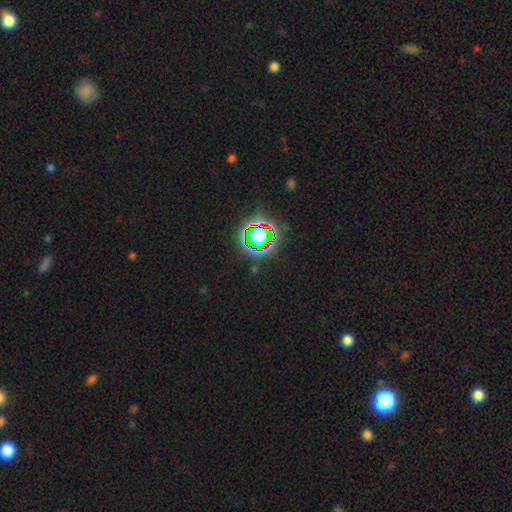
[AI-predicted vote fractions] The model was most divided on "smooth or featured": star or artifact: 80%, smooth: 12%, featured or disk: 8%.